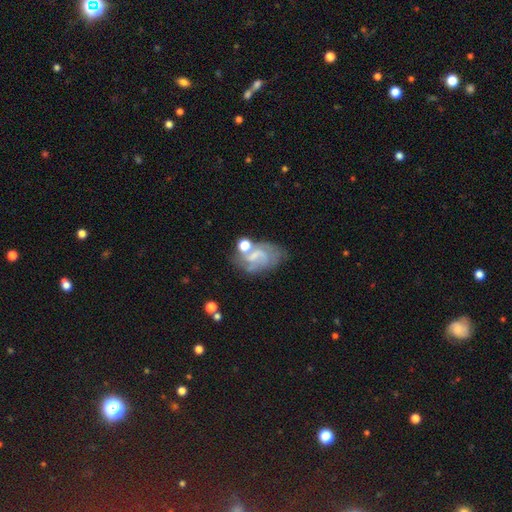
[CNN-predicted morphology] type=featured or disk (60%); edge-on=no (97%); bar=no (46%); spiral arms=yes (68%); bulge=none (44%); merging=none (36%).